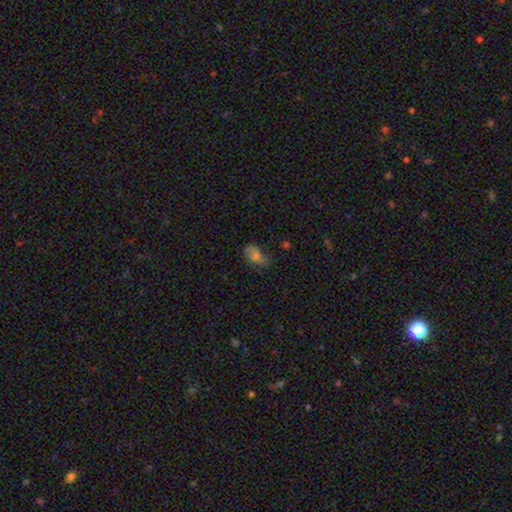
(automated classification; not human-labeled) This appears to be a smooth galaxy with no disk features (63%) that is in between round and cigar-shaped (84%). Merging: none (56%).